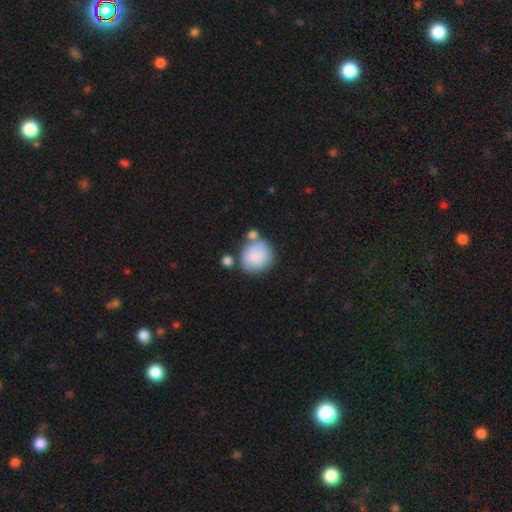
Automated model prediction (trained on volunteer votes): Overall: smooth (84%). How rounded: round (85%). Merging: none (58%; merger 20%).